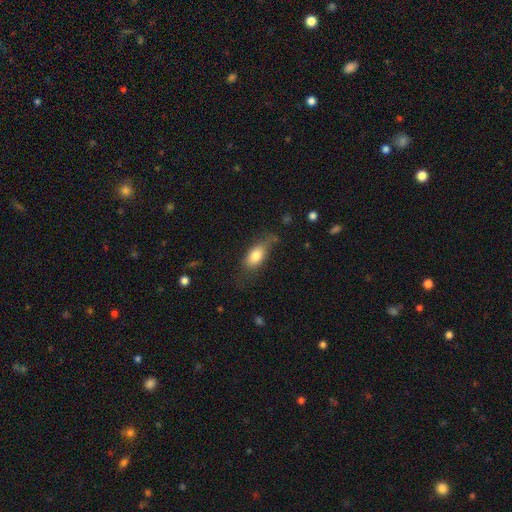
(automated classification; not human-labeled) Smooth or featured?
  - smooth: 78% *
  - featured or disk: 14%
  - star or artifact: 7%
How rounded?
  - in between: 86% *
  - cigar-shaped: 8%
  - round: 6%
Merging?
  - none: 49% *
  - minor disturbance: 31%
  - major disturbance: 17%
  - merger: 3%